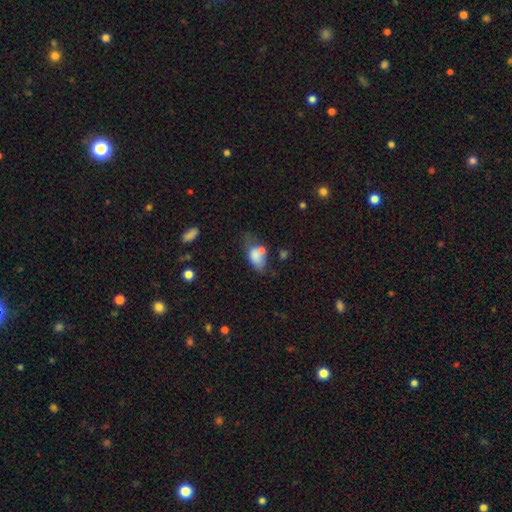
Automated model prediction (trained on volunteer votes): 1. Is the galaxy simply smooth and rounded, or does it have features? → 75% smooth, 16% featured or disk, 10% star or artifact.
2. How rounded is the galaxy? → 88% in between, 9% round, 3% cigar-shaped.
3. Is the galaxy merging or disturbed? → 33% none, 27% minor disturbance, 21% merger, 19% major disturbance.